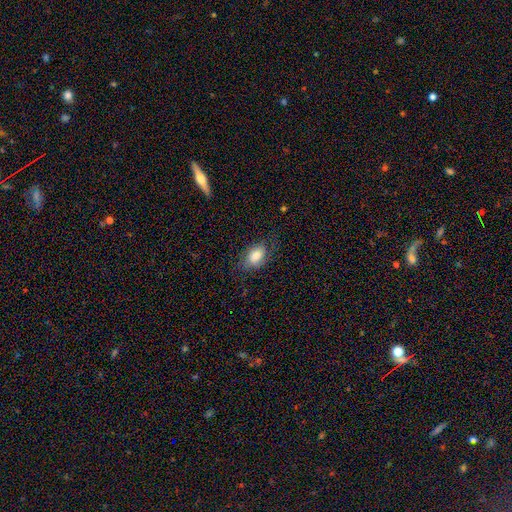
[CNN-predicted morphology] smooth_or_featured: smooth (p=0.76) [alt: featured or disk p=0.16]
how_rounded: in between (p=0.86) [alt: round p=0.12]
merging: none (p=0.69) [alt: minor disturbance p=0.20]